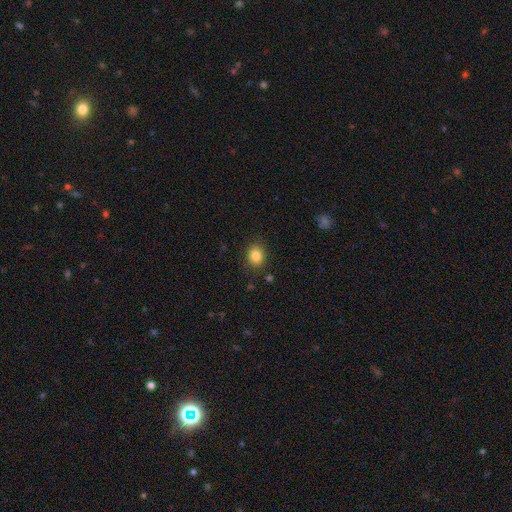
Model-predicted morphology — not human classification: smooth 84%, star or artifact 10%, featured or disk 6%. Down the decision tree: how rounded — round (59%); merging — none (86%).